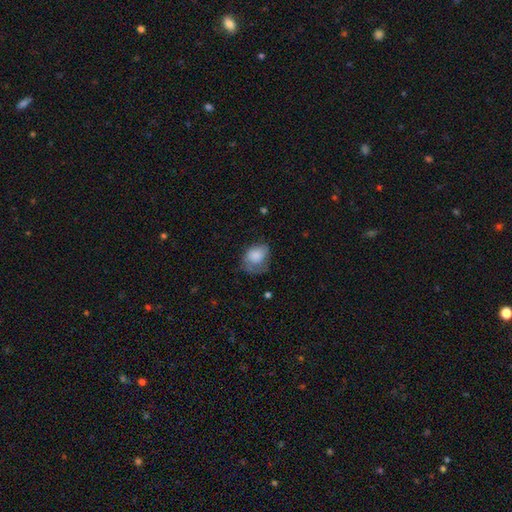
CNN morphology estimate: smooth_or_featured: smooth (p=0.76) [alt: featured or disk p=0.16]
how_rounded: in between (p=0.60) [alt: round p=0.39]
merging: none (p=0.37) [alt: minor disturbance p=0.35]